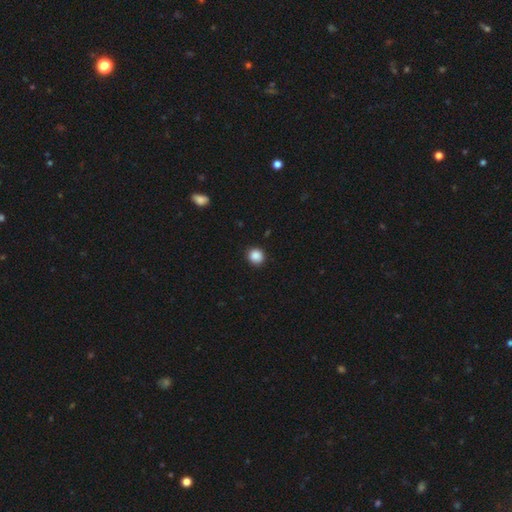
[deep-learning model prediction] Smooth or featured? smooth (88%)
How rounded? round (91%)
Merging? none (91%)